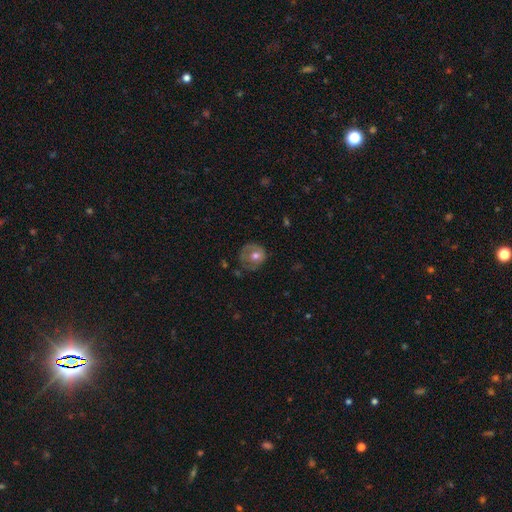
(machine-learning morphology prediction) This appears to be a smooth galaxy with no disk features (57%) that is round (77%). Merging: none (51%).